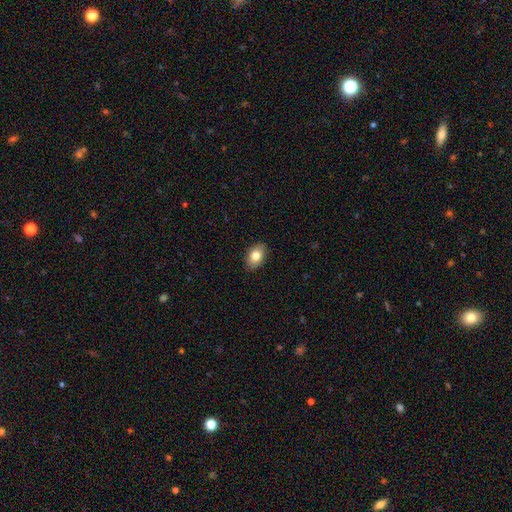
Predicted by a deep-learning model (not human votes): A smooth galaxy with no disk features (81%) that is in between round and cigar-shaped (85%).

Vote fractions:
- Smooth or featured? smooth: 81% / featured or disk: 11% / star or artifact: 8%
- How rounded? in between: 85% / round: 13% / cigar-shaped: 1%
- Merging? none: 88% / minor disturbance: 9% / major disturbance: 2% / merger: 1%